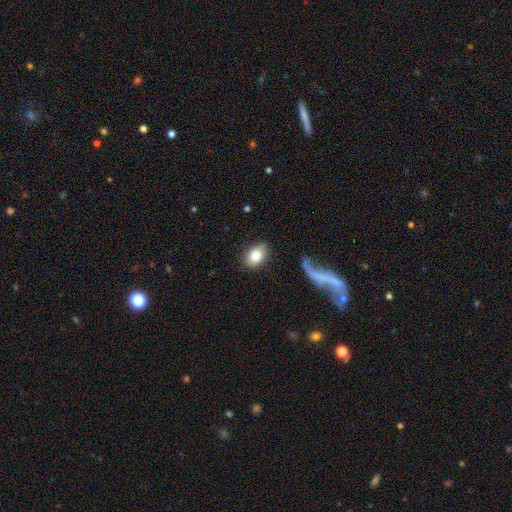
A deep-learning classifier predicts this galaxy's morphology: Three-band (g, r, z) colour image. It shows a smooth galaxy with no disk features (78%) that is in between round and cigar-shaped (75%). Merging: none (84%).